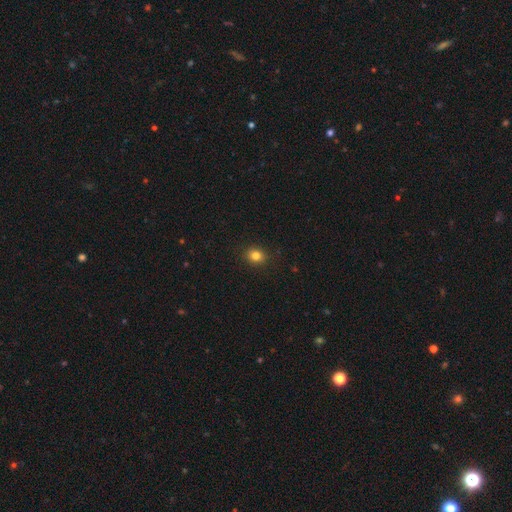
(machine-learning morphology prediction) smooth-or-featured: smooth: 82% | star or artifact: 12% | featured or disk: 6%
  how-rounded: round: 73% | in between: 26% | cigar-shaped: 1%
  merging: none: 91% | minor disturbance: 6% | major disturbance: 2% | merger: 1%